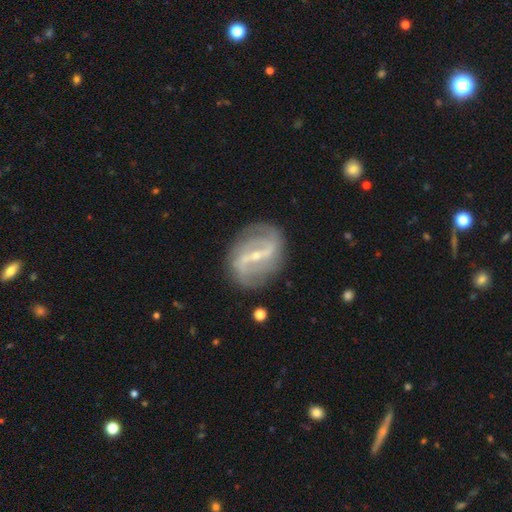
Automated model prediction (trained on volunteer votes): A featured or disk galaxy (87%) with a strong bar (63%), 2 (84%) loose (46%) spiral arms (90%) and a small central bulge (74%).

Vote fractions:
- Smooth or featured? featured or disk: 87% / smooth: 7% / star or artifact: 6%
- Edge-on disk? no: 95% / yes: 5%
- Bar? strong: 63% / weak: 28% / no: 9%
- Spiral arms? yes: 90% / no: 10%
- Spiral winding? loose: 46% / medium: 36% / tight: 18%
- Spiral arm count? 2: 84% / can't tell: 8% / 3: 3% / 1: 2% / 4: 2% / more than 4: 2%
- Bulge size? small: 74% / moderate: 22% / none: 2% / large: 1% / dominant: 1%
- Merging? none: 80% / minor disturbance: 13% / major disturbance: 5% / merger: 2%